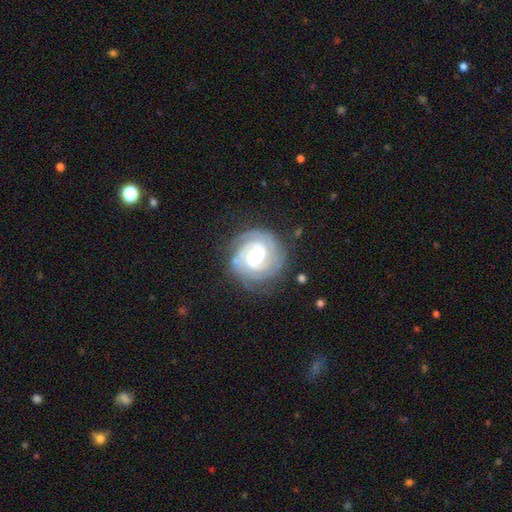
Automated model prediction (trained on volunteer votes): Q: Smooth or featured?
A: featured or disk (89%); runner-up: smooth (7%)
Q: Edge-on disk?
A: no (98%); runner-up: yes (2%)
Q: Bar?
A: weak (45%); runner-up: no (37%)
Q: Spiral arms?
A: yes (98%); runner-up: no (2%)
Q: Spiral winding?
A: tight (77%); runner-up: medium (20%)
Q: Spiral arm count?
A: 2 (45%); runner-up: 3 (27%)
Q: Bulge size?
A: moderate (64%); runner-up: small (23%)
Q: Merging?
A: none (81%); runner-up: minor disturbance (13%)